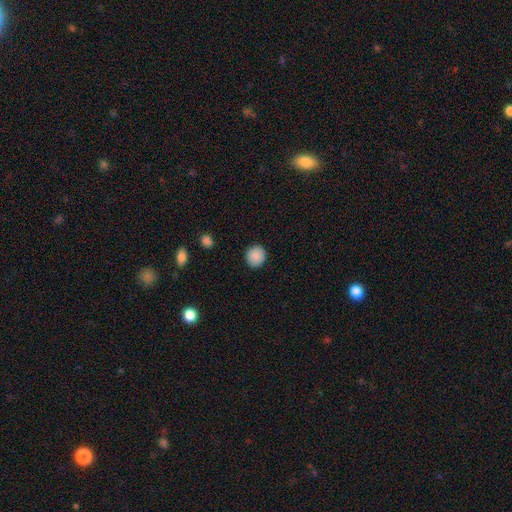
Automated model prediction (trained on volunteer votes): A smooth galaxy with no disk features (89%) that is round (89%). Merging: none (90%).